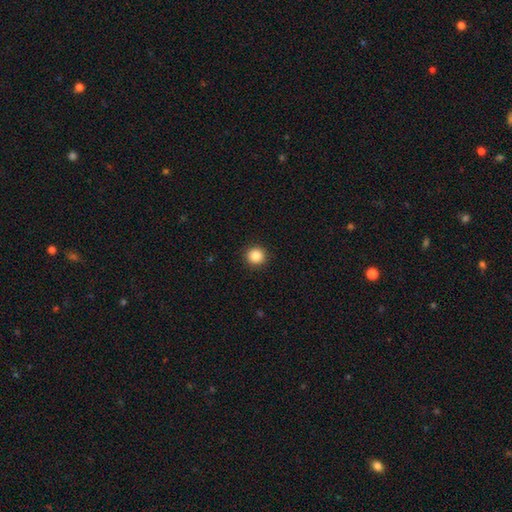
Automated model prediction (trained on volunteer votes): smooth 86%, star or artifact 10%, featured or disk 4%. Down the decision tree: how rounded — round (95%); merging — none (93%).